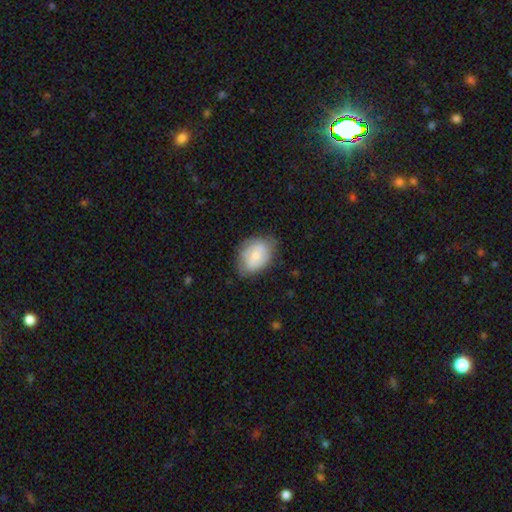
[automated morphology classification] This is possibly a smooth galaxy (55%). How rounded: likely in between (74%). Merging: likely none (66%).